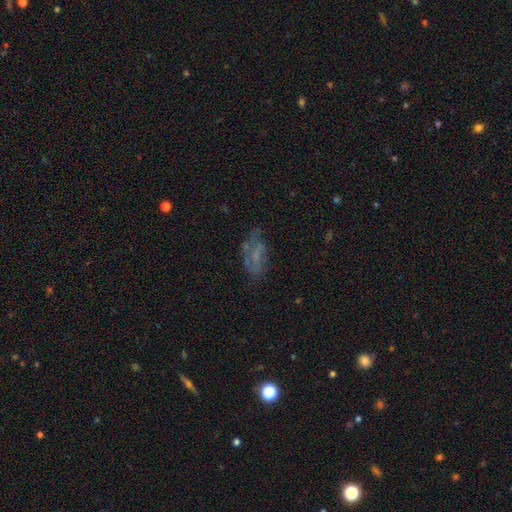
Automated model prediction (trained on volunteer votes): Morphology: type=featured or disk (44%); merging=none (47%).